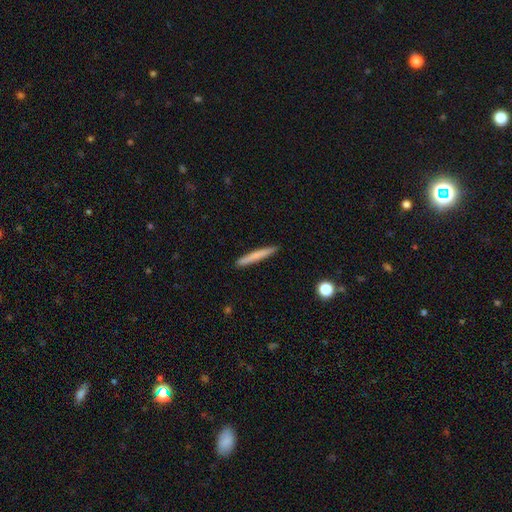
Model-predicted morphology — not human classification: Smooth or featured? Predicted: smooth (p=0.70). How rounded? Predicted: cigar-shaped (p=0.96). Merging? Predicted: none (p=0.91).